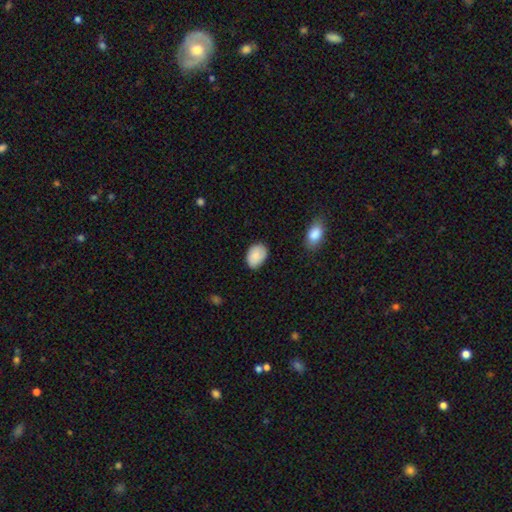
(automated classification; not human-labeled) Morphology: type=smooth (86%); roundness=in between (79%); merging=none (77%).